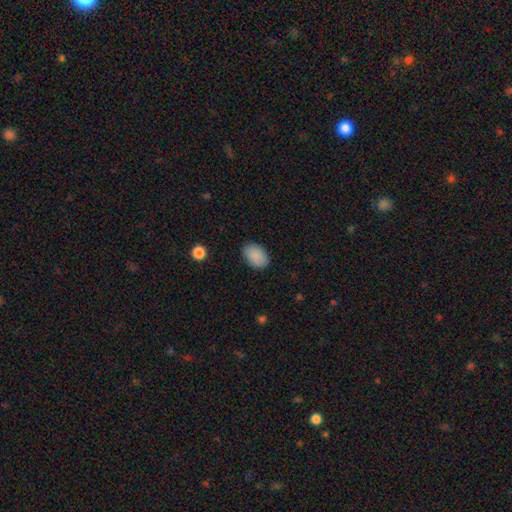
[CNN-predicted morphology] Smooth or featured? Predicted: smooth (p=0.89). How rounded? Predicted: in between (p=0.85). Merging? Predicted: none (p=0.86).